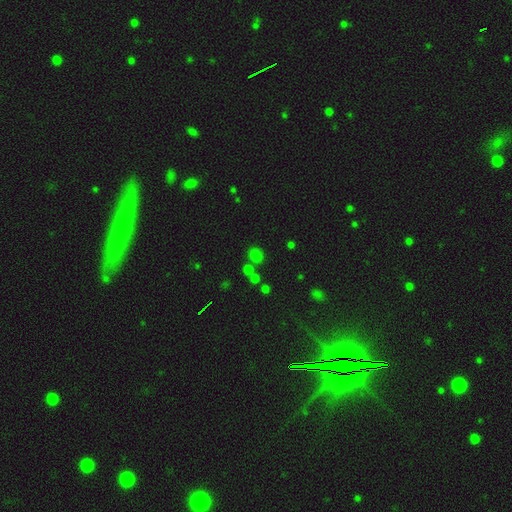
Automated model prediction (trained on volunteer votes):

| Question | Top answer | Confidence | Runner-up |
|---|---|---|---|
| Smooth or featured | smooth | 65% | star or artifact (29%) |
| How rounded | round | 69% | in between (30%) |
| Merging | none | 70% | merger (15%) |